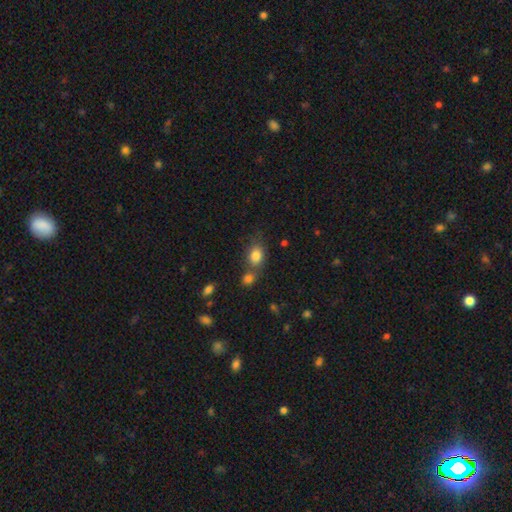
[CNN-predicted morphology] The model was most divided on "merging": none: 49%, merger: 31%, minor disturbance: 14%, major disturbance: 5%. More confident: smooth or featured — smooth (83%); how rounded — in between (66%).